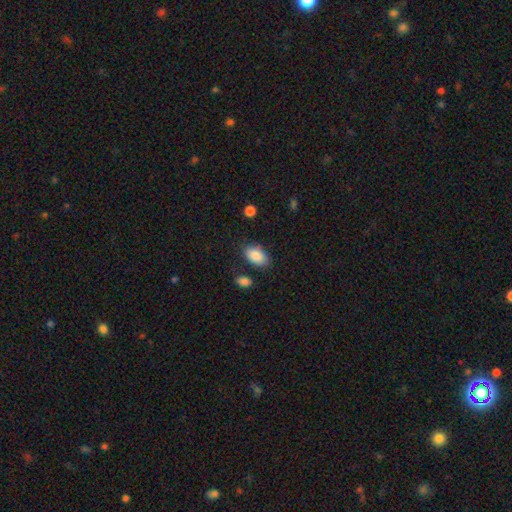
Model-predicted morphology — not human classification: A smooth galaxy with no disk features (87%) that is in between round and cigar-shaped (92%).

Vote fractions:
- Smooth or featured? smooth: 87% / star or artifact: 7% / featured or disk: 6%
- How rounded? in between: 92% / round: 6% / cigar-shaped: 2%
- Merging? none: 76% / minor disturbance: 16% / major disturbance: 4% / merger: 4%